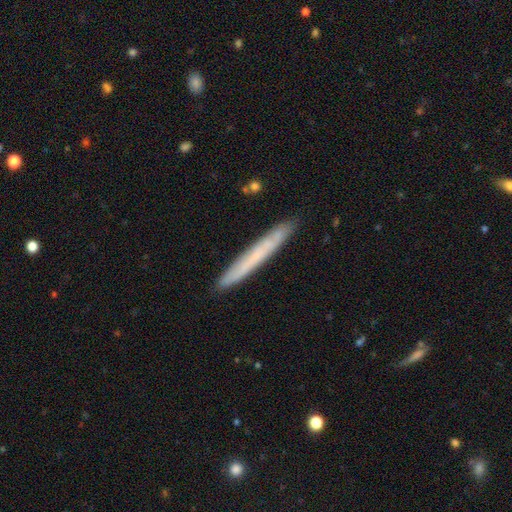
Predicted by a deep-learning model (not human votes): smooth 56%, featured or disk 37%, star or artifact 6%. Down the decision tree: how rounded — cigar-shaped (97%); merging — none (89%).